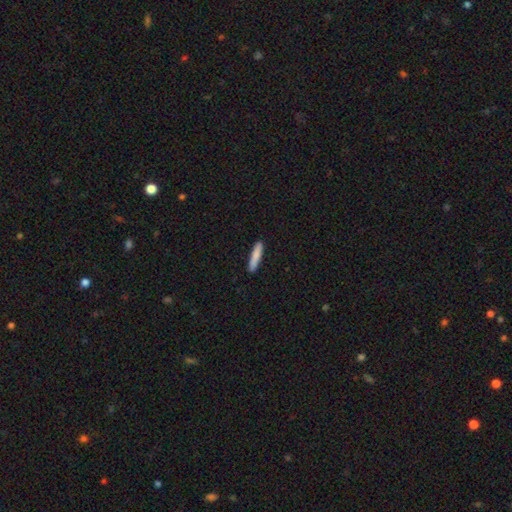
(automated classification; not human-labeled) Overall: smooth (85%). How rounded: cigar-shaped (89%). Merging: none (90%).